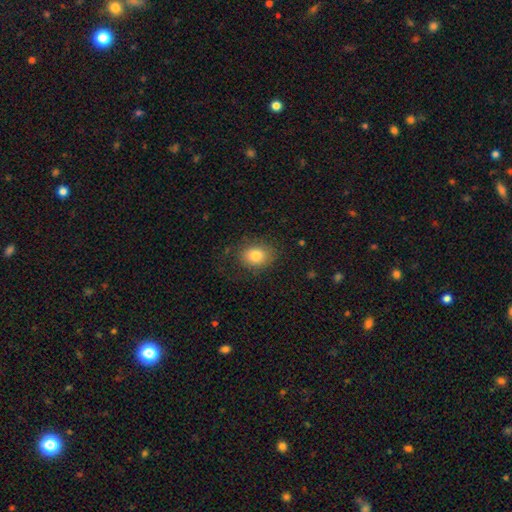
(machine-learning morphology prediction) This is likely a smooth galaxy (80%). How rounded: likely in between (61%). Merging: likely none (78%).